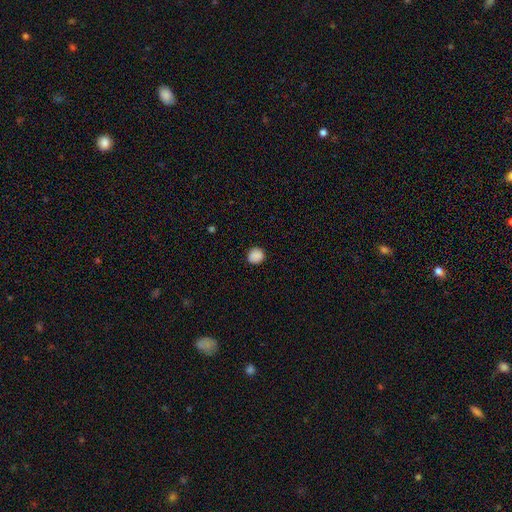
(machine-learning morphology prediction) Smooth or featured?
  - smooth: 87% *
  - star or artifact: 9%
  - featured or disk: 4%
How rounded?
  - round: 87% *
  - in between: 12%
  - cigar-shaped: 1%
Merging?
  - none: 88% *
  - minor disturbance: 9%
  - major disturbance: 2%
  - merger: 1%